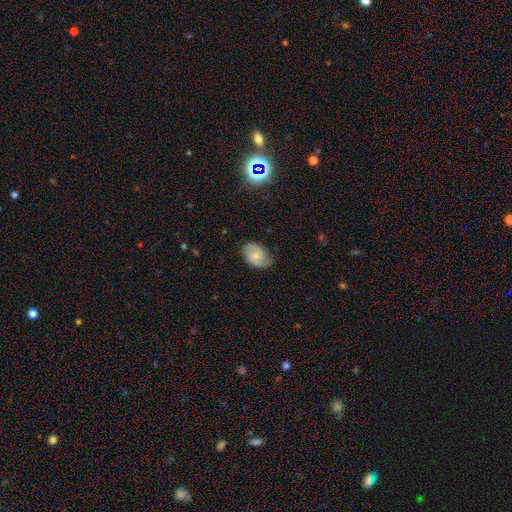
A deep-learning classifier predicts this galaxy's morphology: A featured or disk galaxy (52%) with no bar (68%), spiral arms (87%) and a small central bulge (51%). Merging: none (74%).